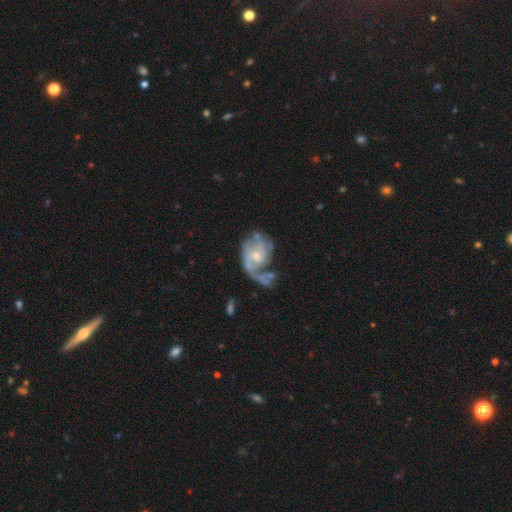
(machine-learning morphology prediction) Q: Smooth or featured?
A: featured or disk (83%); runner-up: smooth (12%)
Q: Edge-on disk?
A: no (98%); runner-up: yes (2%)
Q: Bar?
A: weak (46%); tied with: no (46%)
Q: Spiral arms?
A: yes (89%); runner-up: no (11%)
Q: Spiral winding?
A: medium (43%); runner-up: loose (35%)
Q: Spiral arm count?
A: 2 (47%); runner-up: 1 (29%)
Q: Bulge size?
A: small (45%); runner-up: moderate (43%)
Q: Merging?
A: none (35%); runner-up: major disturbance (33%)